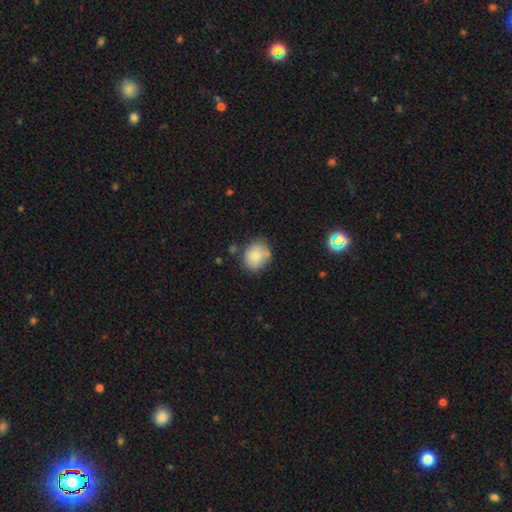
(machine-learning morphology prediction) Smooth or featured? smooth (79%)
How rounded? round (58%)
Merging? none (69%)